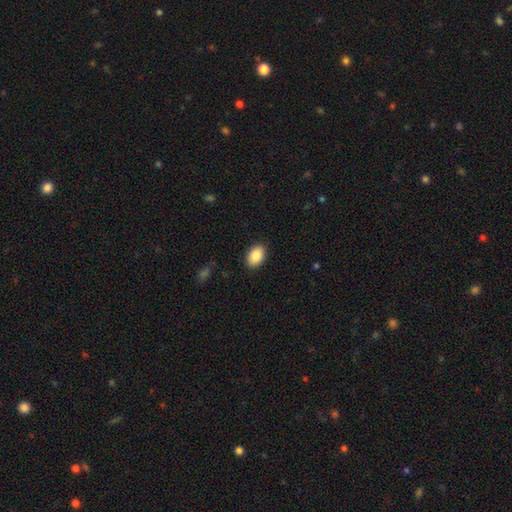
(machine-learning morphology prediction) Smooth or featured: smooth — 87% (star or artifact — 7%)
How rounded: in between — 85% (round — 14%)
Merging: none — 89% (minor disturbance — 8%)